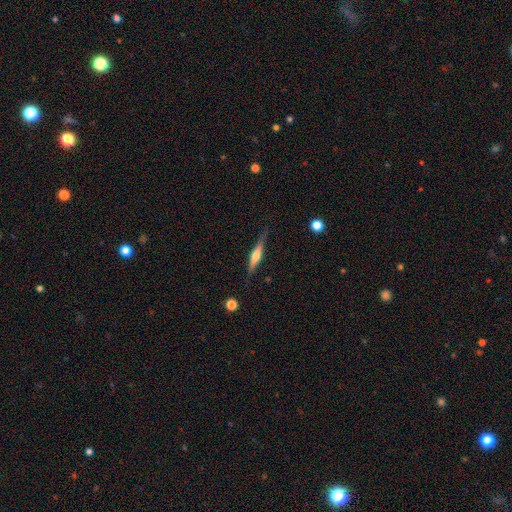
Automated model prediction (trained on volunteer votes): The model was most divided on "smooth or featured": featured or disk: 68%, smooth: 26%, star or artifact: 6%. More confident: edge-on disk — yes (97%); edge-on bulge — rounded (83%); merging — none (83%).